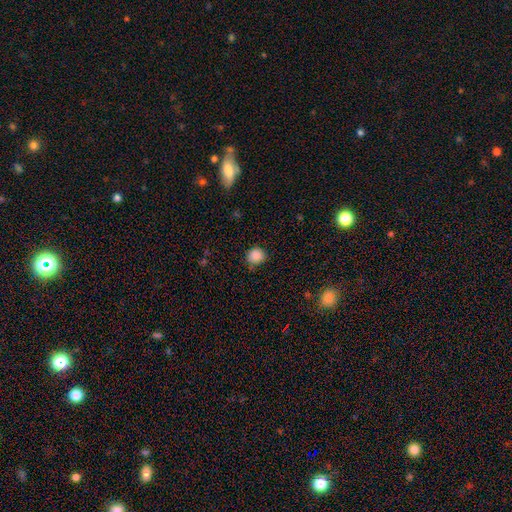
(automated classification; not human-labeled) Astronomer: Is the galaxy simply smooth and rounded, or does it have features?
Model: smooth — 87%.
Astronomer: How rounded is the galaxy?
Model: round — 85%.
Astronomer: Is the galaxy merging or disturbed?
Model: none — 77%.